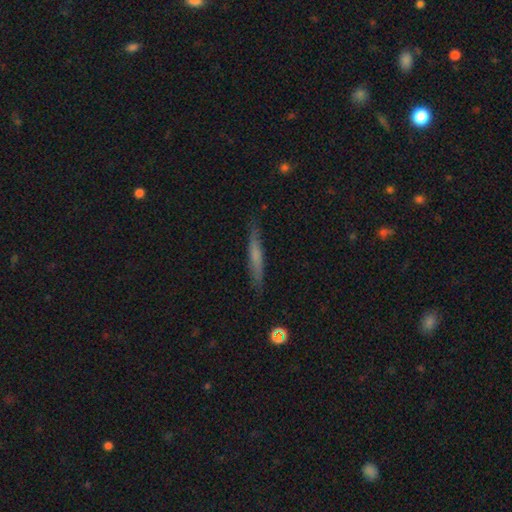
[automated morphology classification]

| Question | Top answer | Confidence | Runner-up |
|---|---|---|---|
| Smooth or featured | smooth | 51% | featured or disk (41%) |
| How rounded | cigar-shaped | 93% | in between (5%) |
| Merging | none | 85% | minor disturbance (11%) |